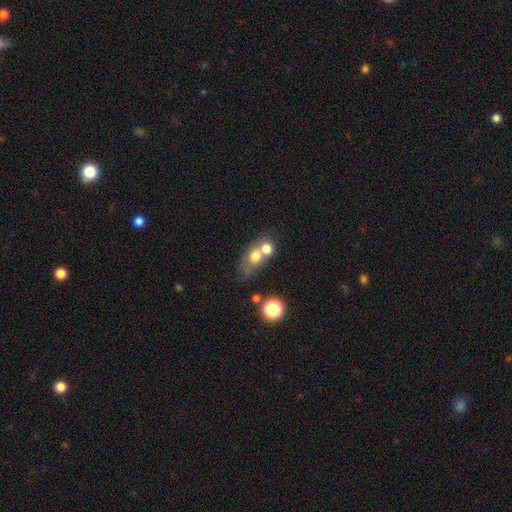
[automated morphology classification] smooth_or_featured: smooth (p=0.66) [alt: featured or disk p=0.22]
how_rounded: round (p=0.51) [alt: in between p=0.45]
merging: merger (p=0.56) [alt: none p=0.29]